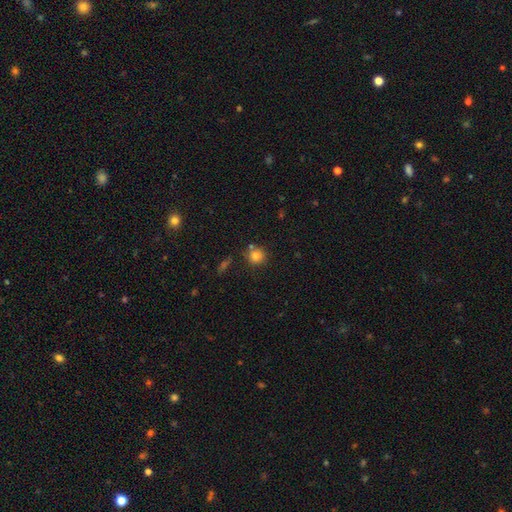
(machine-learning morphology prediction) The model was most divided on "merging": none: 73%, minor disturbance: 12%, merger: 11%, major disturbance: 3%. More confident: how rounded — round (89%); smooth or featured — smooth (80%).